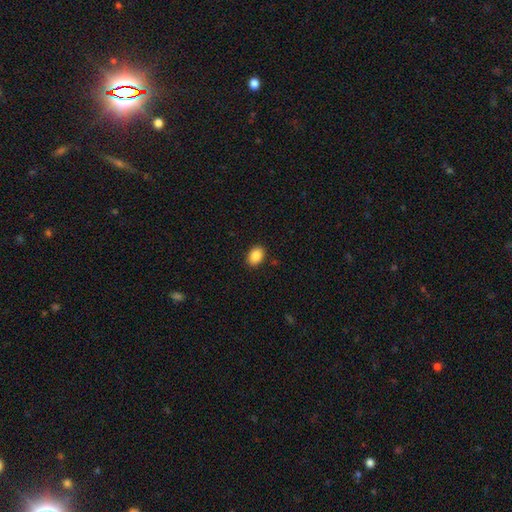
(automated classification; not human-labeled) A smooth galaxy with no disk features (87%) that is in between round and cigar-shaped (83%). Merging: none (89%).